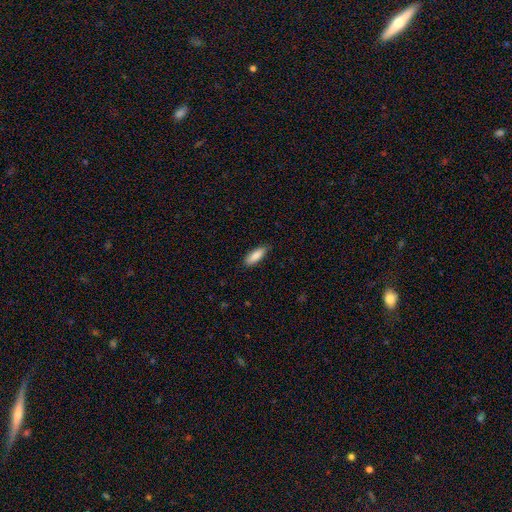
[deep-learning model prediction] Q: Smooth or featured?
A: smooth (86%); runner-up: featured or disk (8%)
Q: How rounded?
A: in between (61%); runner-up: cigar-shaped (37%)
Q: Merging?
A: none (87%); runner-up: minor disturbance (10%)